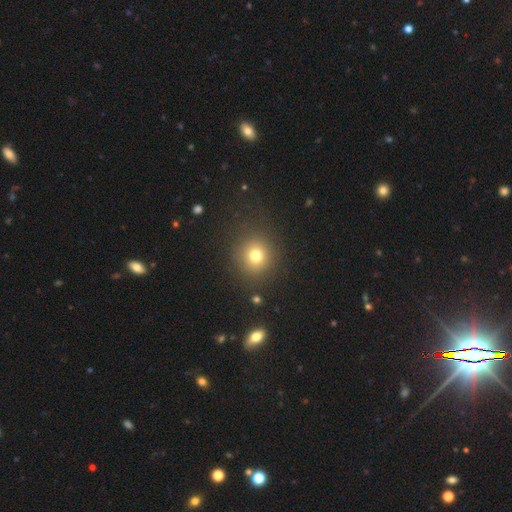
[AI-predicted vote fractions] Smooth or featured? smooth (75%)
How rounded? round (91%)
Merging? none (87%)